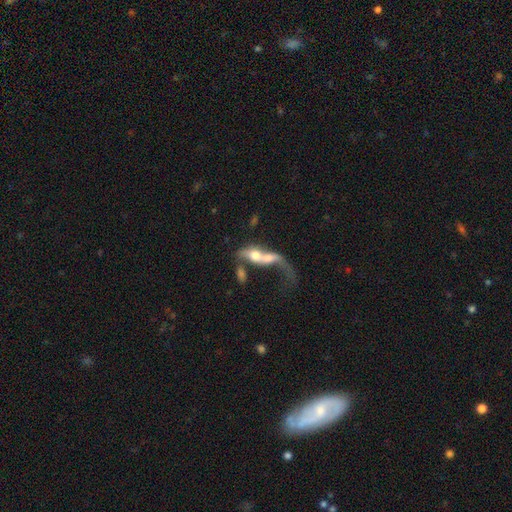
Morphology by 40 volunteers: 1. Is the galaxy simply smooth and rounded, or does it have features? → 50% featured or disk, 42% smooth, 8% star or artifact.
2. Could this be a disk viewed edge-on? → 85% no, 15% yes.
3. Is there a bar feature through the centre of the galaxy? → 71% no, 29% weak, 0% strong.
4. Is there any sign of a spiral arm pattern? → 53% yes, 47% no.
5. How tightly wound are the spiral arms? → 100% loose, 0% tight, 0% medium.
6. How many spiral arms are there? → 56% 1, 33% 2, 11% can't tell, 0% 3, 0% 4, 0% more than 4.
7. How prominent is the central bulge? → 41% moderate, 35% large, 18% small, 6% dominant, 0% none.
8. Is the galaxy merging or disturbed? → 73% merger, 14% major disturbance, 11% none, 3% minor disturbance.